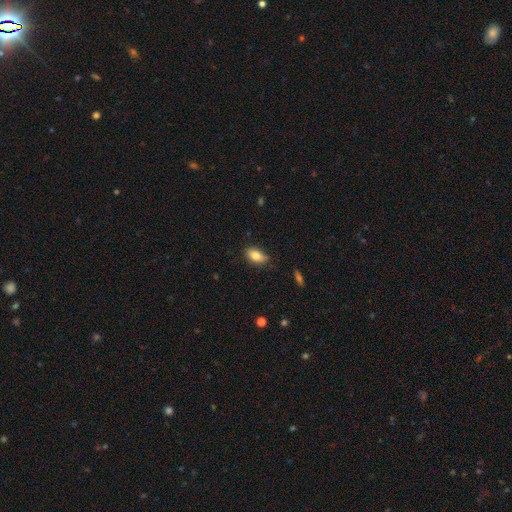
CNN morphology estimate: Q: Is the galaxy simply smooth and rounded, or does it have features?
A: smooth — 80%.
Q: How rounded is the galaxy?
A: in between — 89%.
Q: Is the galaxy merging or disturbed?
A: none — 77%.